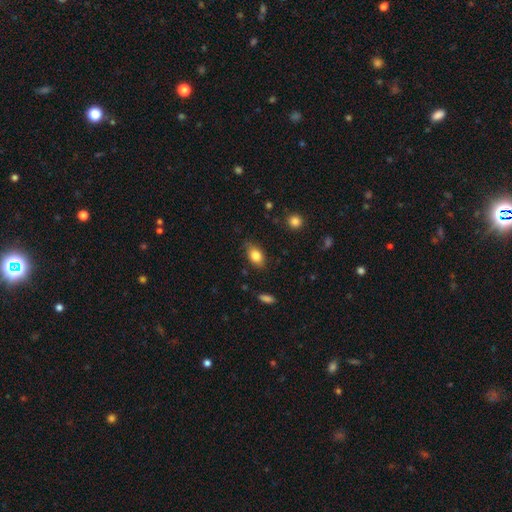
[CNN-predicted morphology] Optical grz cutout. It shows a smooth galaxy with no disk features (82%) that is in between round and cigar-shaped (86%). Merging: none (77%).